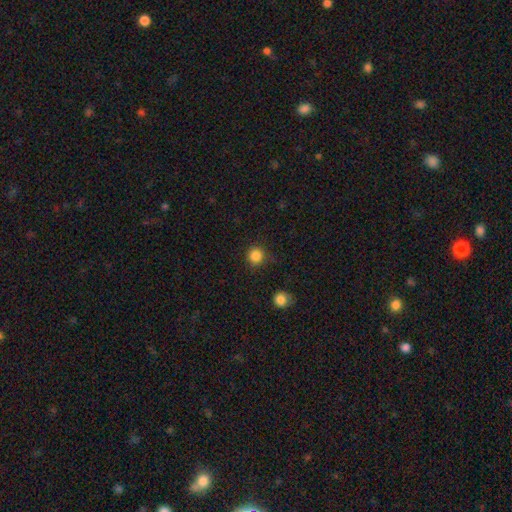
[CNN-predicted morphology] Smooth or featured?
  - smooth: 85% *
  - star or artifact: 12%
  - featured or disk: 3%
How rounded?
  - round: 94% *
  - in between: 5%
  - cigar-shaped: 1%
Merging?
  - none: 86% *
  - minor disturbance: 9%
  - major disturbance: 3%
  - merger: 2%